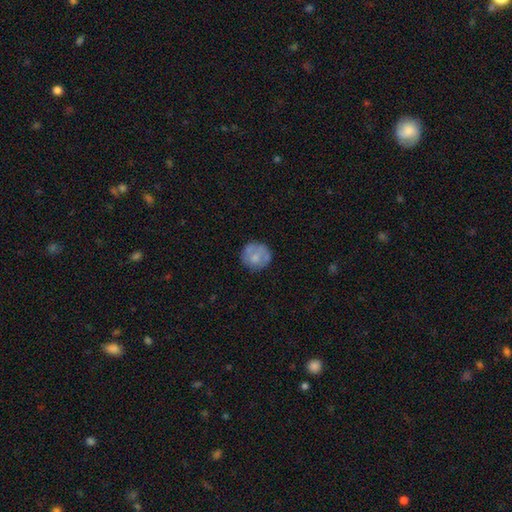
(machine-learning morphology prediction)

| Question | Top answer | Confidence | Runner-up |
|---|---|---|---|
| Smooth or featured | smooth | 66% | featured or disk (27%) |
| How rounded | round | 91% | in between (8%) |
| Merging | none | 71% | minor disturbance (18%) |